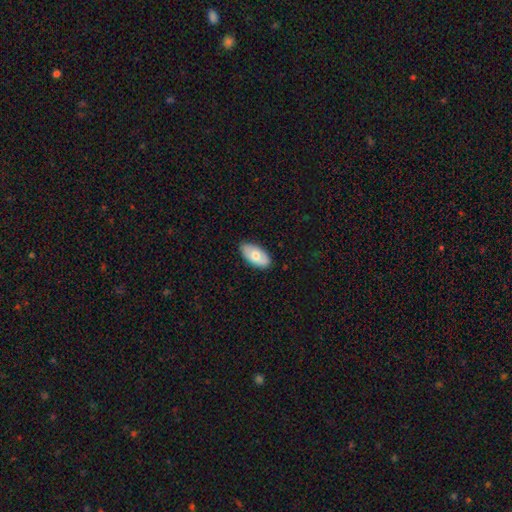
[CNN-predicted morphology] smooth 68%, featured or disk 26%, star or artifact 6%. Down the decision tree: how rounded — in between (94%); merging — none (83%).